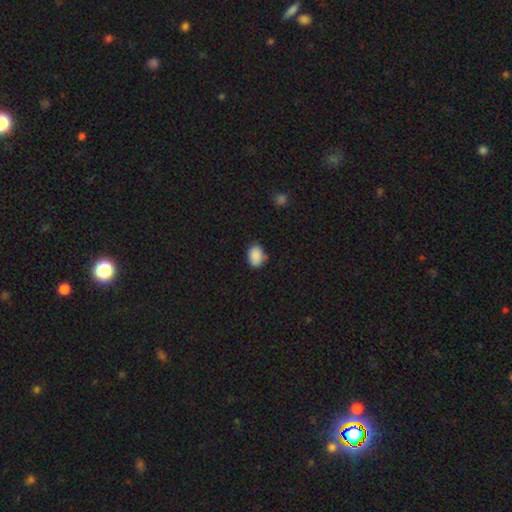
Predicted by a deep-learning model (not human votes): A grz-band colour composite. It shows a smooth galaxy with no disk features (89%) that is in between round and cigar-shaped (82%). Merging: none (77%).